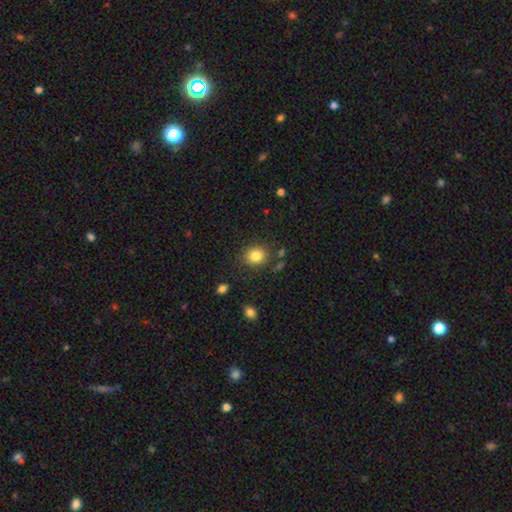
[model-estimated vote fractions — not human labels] This appears to be a smooth galaxy with no disk features (83%) that is round (77%). Merging: none (83%).